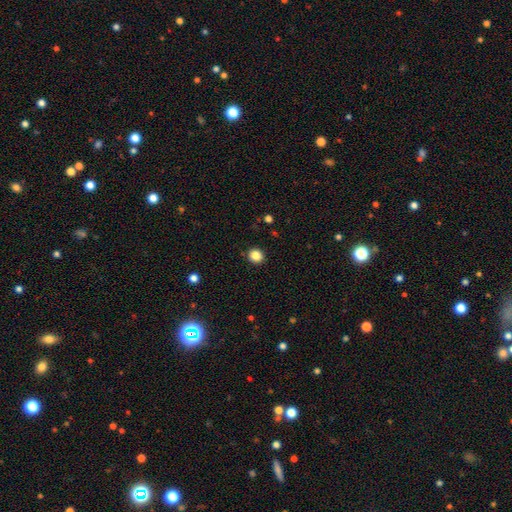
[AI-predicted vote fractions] Q: Smooth or featured?
A: smooth (85%); runner-up: star or artifact (11%)
Q: How rounded?
A: round (88%); runner-up: in between (11%)
Q: Merging?
A: none (92%); runner-up: minor disturbance (6%)